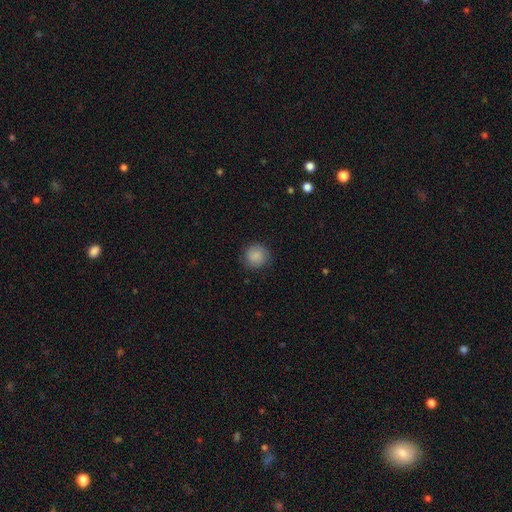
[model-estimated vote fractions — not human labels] Smooth or featured? Predicted: smooth (p=0.87). How rounded? Predicted: round (p=0.92). Merging? Predicted: none (p=0.85).